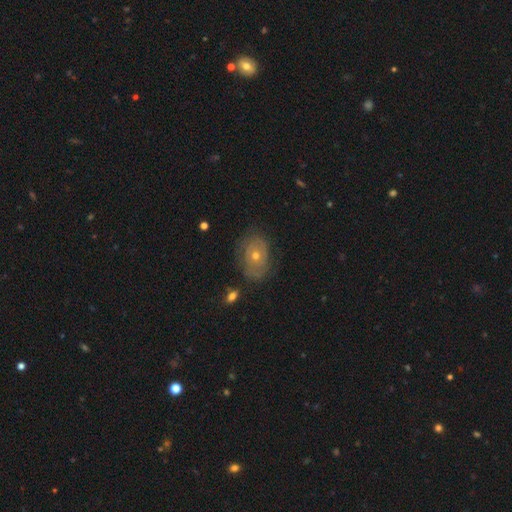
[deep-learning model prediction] A featured or disk galaxy (55%) with no bar (87%), spiral arms (55%) and a moderate central bulge (50%). Merging: none (76%).